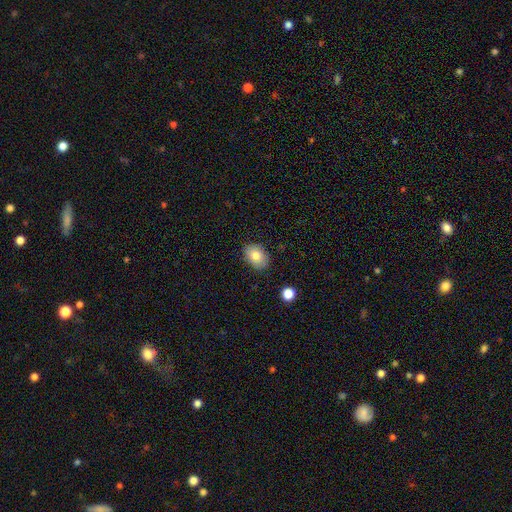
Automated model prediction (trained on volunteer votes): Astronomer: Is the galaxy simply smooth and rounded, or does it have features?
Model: smooth — 81%.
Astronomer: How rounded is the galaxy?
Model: in between — 77%.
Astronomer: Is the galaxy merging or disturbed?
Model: none — 83%.